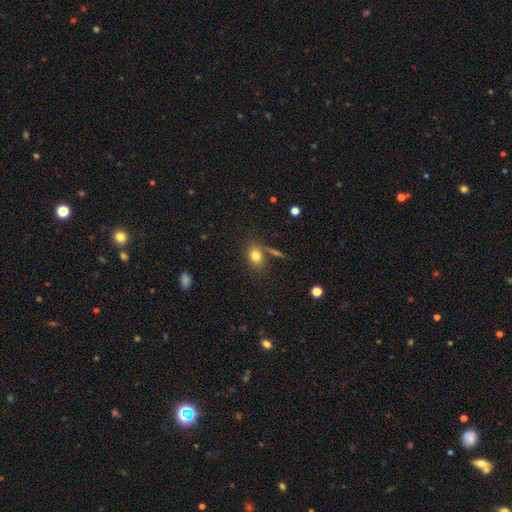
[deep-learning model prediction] A smooth galaxy with no disk features (79%) that is in between round and cigar-shaped (65%). Merging: none (71%).